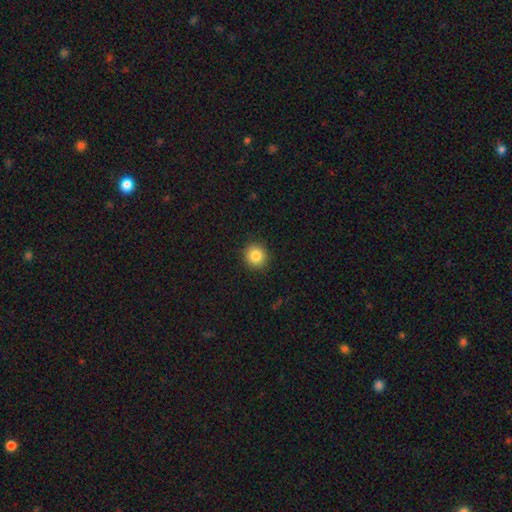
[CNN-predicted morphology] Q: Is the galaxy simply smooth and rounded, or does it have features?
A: smooth — 85%.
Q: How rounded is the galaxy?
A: round — 91%.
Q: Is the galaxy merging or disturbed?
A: none — 92%.